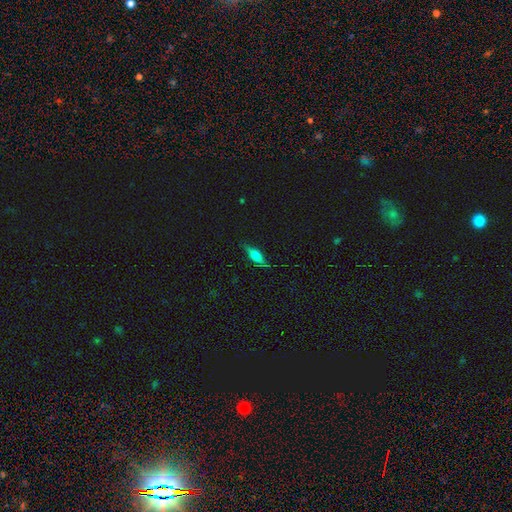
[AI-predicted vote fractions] A featured or disk galaxy (47%). Merging: none (80%).